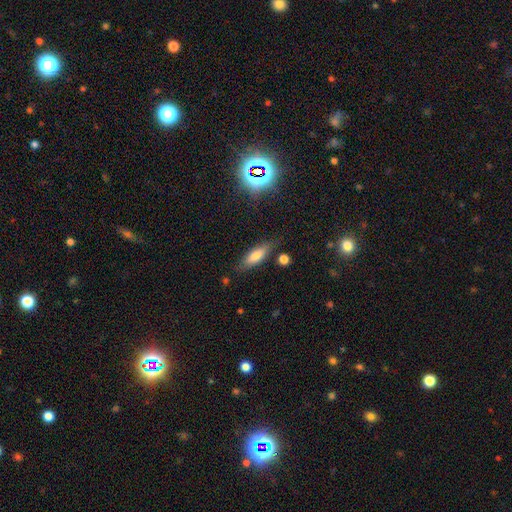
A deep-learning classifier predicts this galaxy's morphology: Q: Smooth or featured?
A: smooth (72%); runner-up: featured or disk (19%)
Q: How rounded?
A: in between (55%); runner-up: cigar-shaped (42%)
Q: Merging?
A: none (77%); runner-up: minor disturbance (16%)